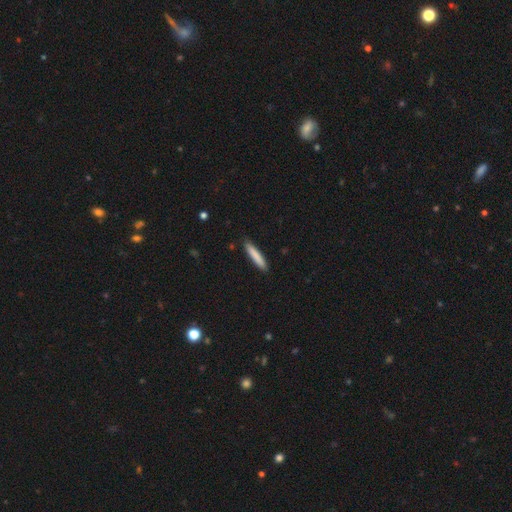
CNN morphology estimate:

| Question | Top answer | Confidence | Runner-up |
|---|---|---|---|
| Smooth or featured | smooth | 84% | featured or disk (10%) |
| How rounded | cigar-shaped | 91% | in between (8%) |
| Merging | none | 89% | minor disturbance (9%) |